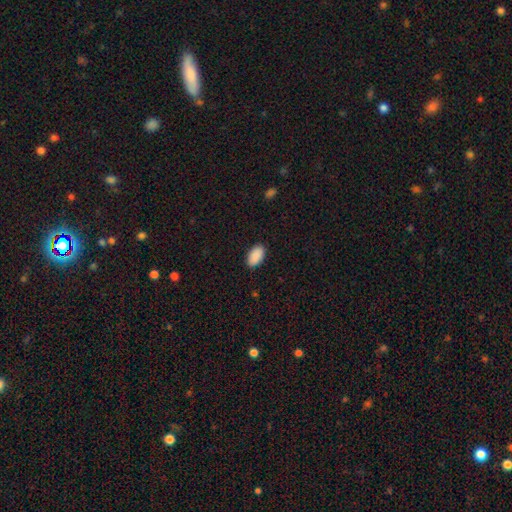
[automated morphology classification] Smooth or featured: smooth — 91% (star or artifact — 6%)
How rounded: in between — 95% (round — 3%)
Merging: none — 89% (minor disturbance — 8%)